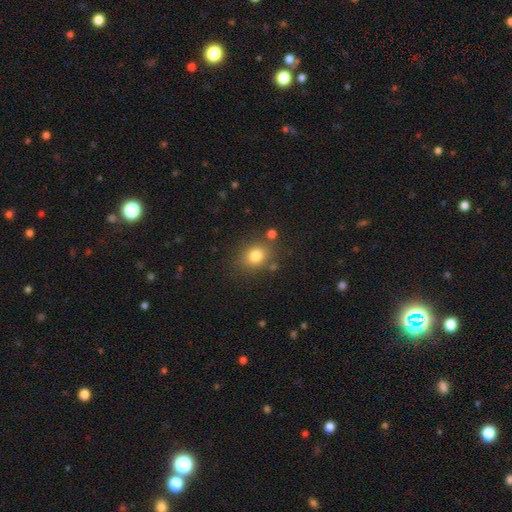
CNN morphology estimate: smooth-or-featured: smooth: 79% | star or artifact: 12% | featured or disk: 8%
  how-rounded: round: 57% | in between: 42% | cigar-shaped: 1%
  merging: none: 78% | minor disturbance: 12% | merger: 6% | major disturbance: 4%